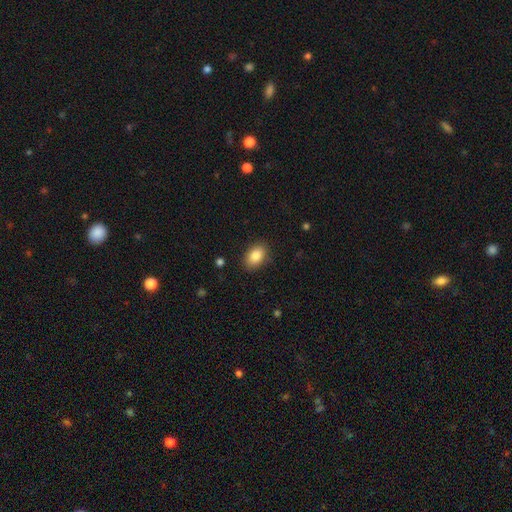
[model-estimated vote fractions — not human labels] Smooth or featured?
  - smooth: 86% *
  - star or artifact: 8%
  - featured or disk: 6%
How rounded?
  - in between: 85% *
  - round: 14%
  - cigar-shaped: 1%
Merging?
  - none: 86% *
  - minor disturbance: 10%
  - major disturbance: 3%
  - merger: 1%